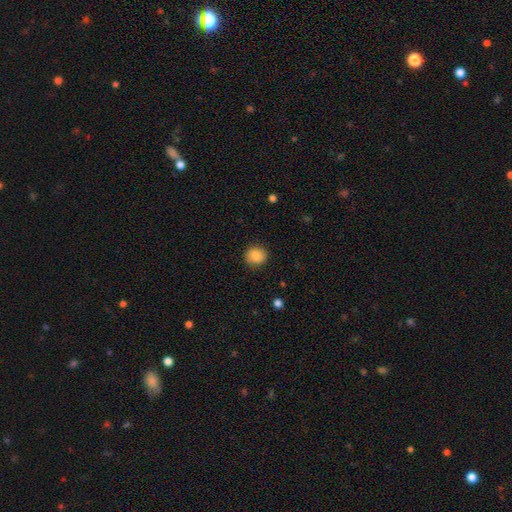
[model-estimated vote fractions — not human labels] Overall: smooth (81%). How rounded: round (84%). Merging: none (85%).